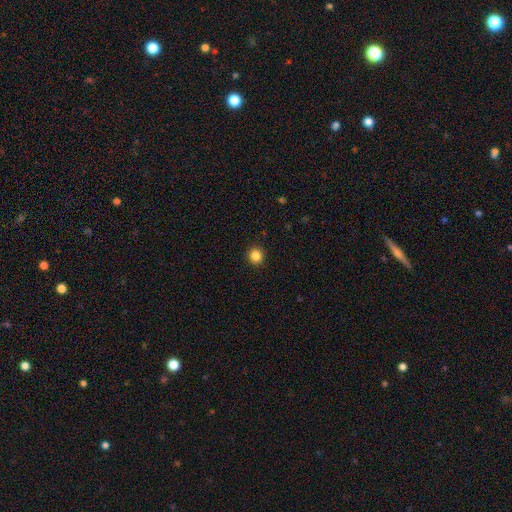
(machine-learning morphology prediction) smooth_or_featured: smooth (p=0.85) [alt: star or artifact p=0.11]
how_rounded: round (p=0.93) [alt: in between p=0.06]
merging: none (p=0.93) [alt: minor disturbance p=0.05]